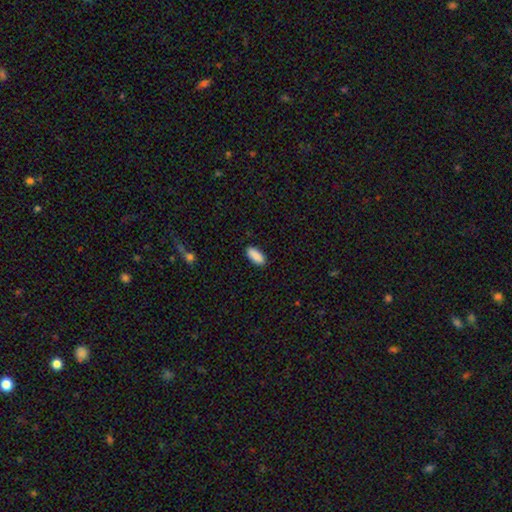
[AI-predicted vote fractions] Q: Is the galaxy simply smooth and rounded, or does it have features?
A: smooth — 90%.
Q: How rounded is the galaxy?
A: in between — 87%.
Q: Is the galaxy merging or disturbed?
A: none — 89%.